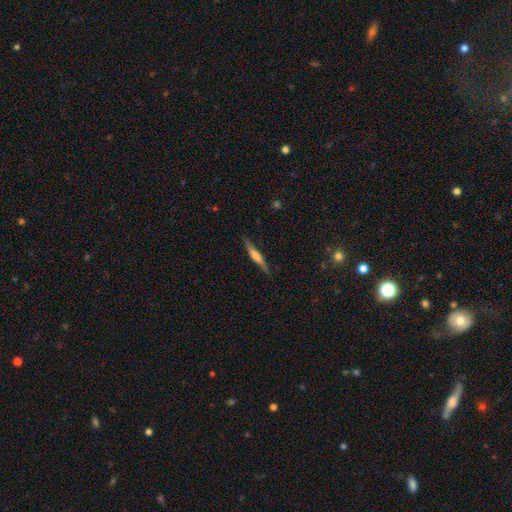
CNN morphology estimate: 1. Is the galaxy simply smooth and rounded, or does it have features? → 52% featured or disk, 42% smooth, 6% star or artifact.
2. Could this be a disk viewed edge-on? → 96% yes, 4% no.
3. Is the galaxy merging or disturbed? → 86% none, 10% minor disturbance, 2% major disturbance, 1% merger.